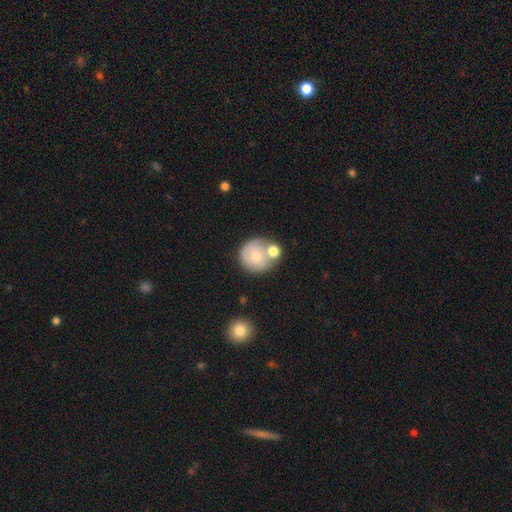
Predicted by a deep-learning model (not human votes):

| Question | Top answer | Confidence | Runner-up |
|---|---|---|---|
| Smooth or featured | smooth | 63% | featured or disk (28%) |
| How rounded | round | 90% | in between (9%) |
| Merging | none | 49% | merger (30%) |